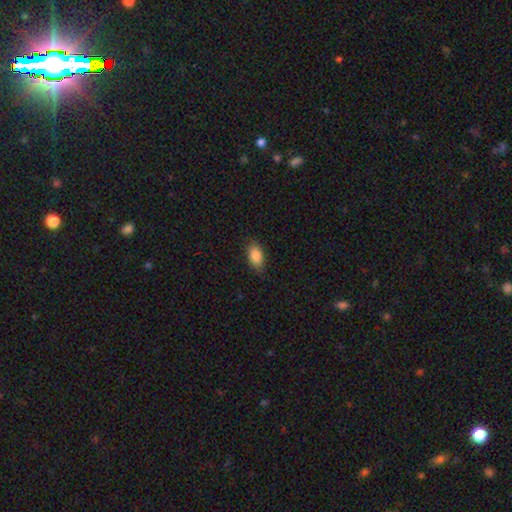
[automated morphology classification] A smooth galaxy with no disk features (86%) that is in between round and cigar-shaped (90%). Merging: none (84%).